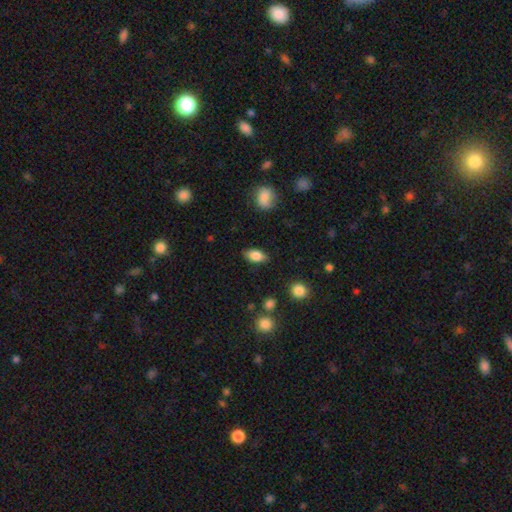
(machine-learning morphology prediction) Overall: smooth (80%). How rounded: in between (88%). Merging: none (84%).